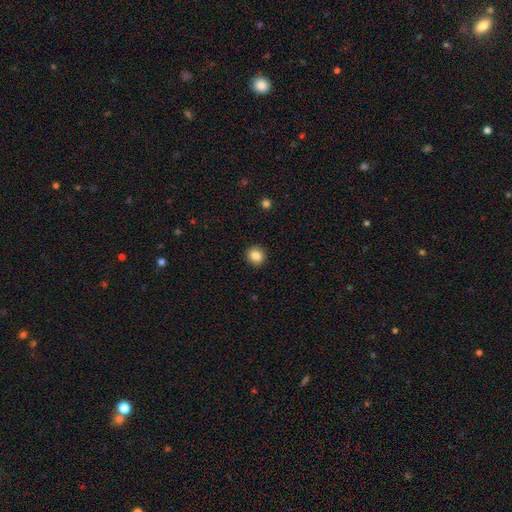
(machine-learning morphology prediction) Overall: smooth (85%). How rounded: round (84%). Merging: none (92%).